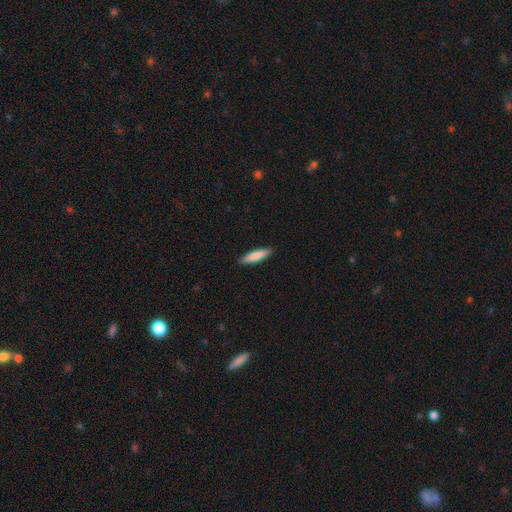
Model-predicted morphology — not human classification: Smooth or featured? Predicted: smooth (p=0.85). How rounded? Predicted: cigar-shaped (p=0.76). Merging? Predicted: none (p=0.90).